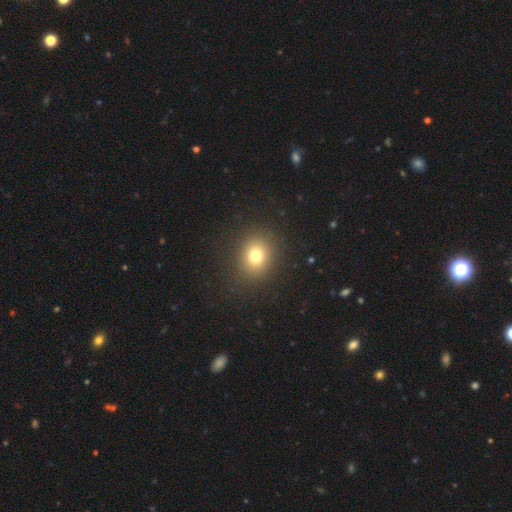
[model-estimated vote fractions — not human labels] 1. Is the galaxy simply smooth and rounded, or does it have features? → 76% smooth, 15% star or artifact, 9% featured or disk.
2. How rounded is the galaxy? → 67% round, 32% in between, 1% cigar-shaped.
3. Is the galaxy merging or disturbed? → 87% none, 8% minor disturbance, 4% major disturbance, 1% merger.